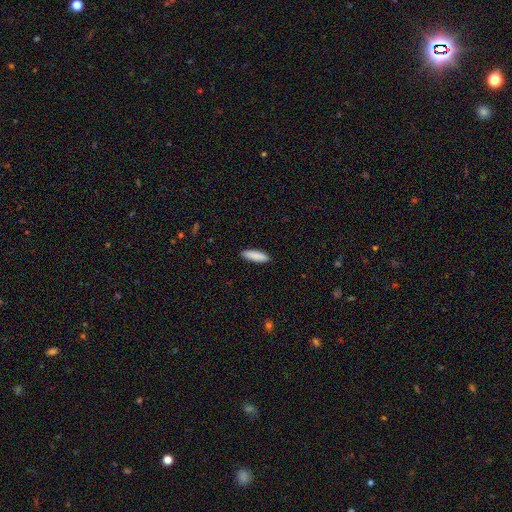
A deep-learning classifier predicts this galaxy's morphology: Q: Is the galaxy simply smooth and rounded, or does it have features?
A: smooth — 90%.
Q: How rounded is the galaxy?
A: cigar-shaped — 56%.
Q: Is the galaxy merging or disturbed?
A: none — 90%.